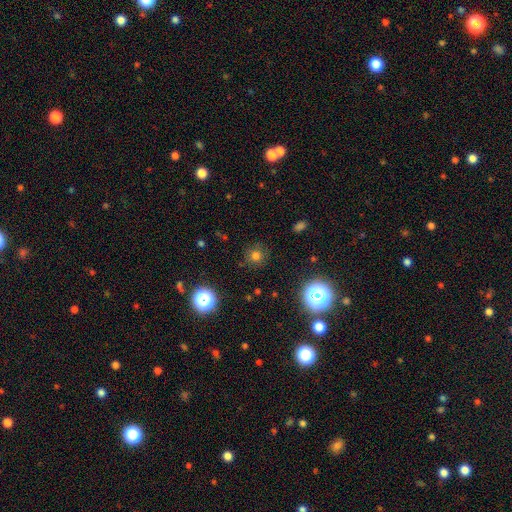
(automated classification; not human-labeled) This is likely a smooth galaxy (68%). How rounded: clearly round (92%). Merging: clearly none (86%).